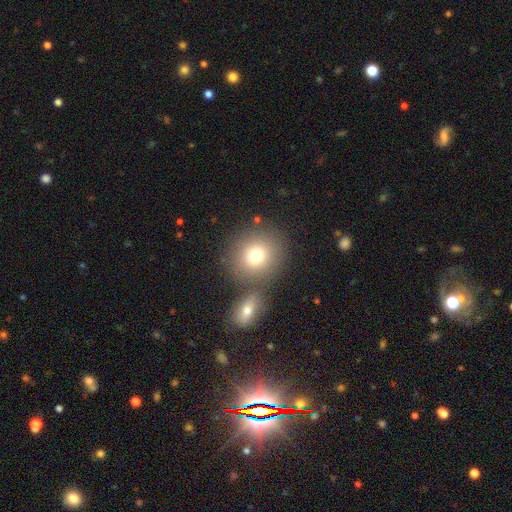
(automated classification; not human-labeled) The model was most divided on "merging": none: 66%, merger: 21%, minor disturbance: 9%, major disturbance: 4%. More confident: how rounded — round (81%); smooth or featured — smooth (76%).